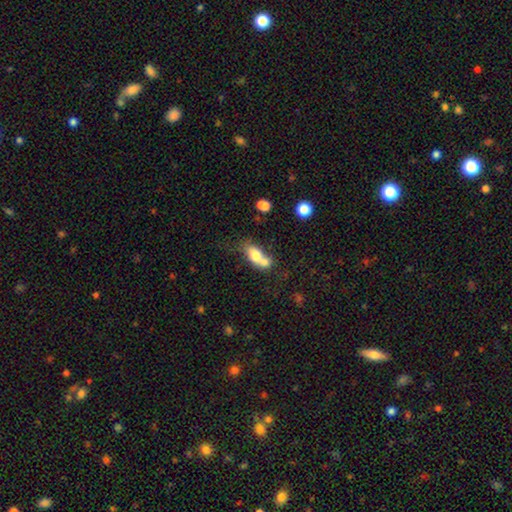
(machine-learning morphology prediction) The model was most divided on "merging": merger: 63%, none: 22%, minor disturbance: 9%, major disturbance: 5%. More confident: how rounded — in between (72%); smooth or featured — smooth (69%).